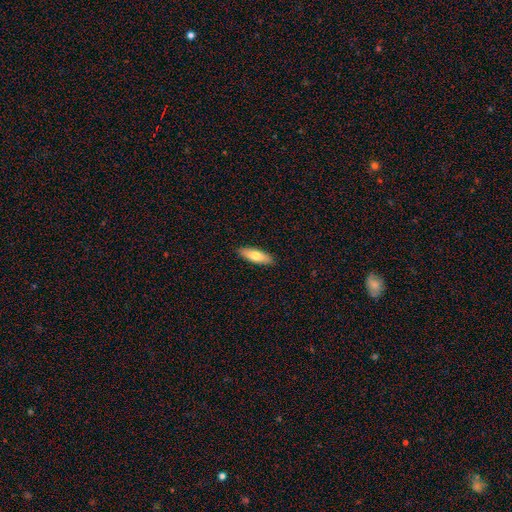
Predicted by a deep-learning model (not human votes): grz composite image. It shows a smooth galaxy with no disk features (73%) that is in between round and cigar-shaped (49%, tied with cigar-shaped). Merging: none (90%).